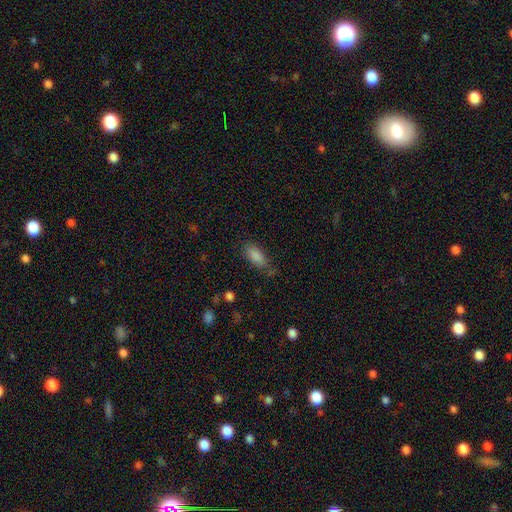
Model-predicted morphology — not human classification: A smooth galaxy with no disk features (84%) that is in between round and cigar-shaped (84%).

Vote fractions:
- Smooth or featured? smooth: 84% / star or artifact: 10% / featured or disk: 7%
- How rounded? in between: 84% / cigar-shaped: 13% / round: 3%
- Merging? none: 69% / minor disturbance: 21% / major disturbance: 6% / merger: 4%